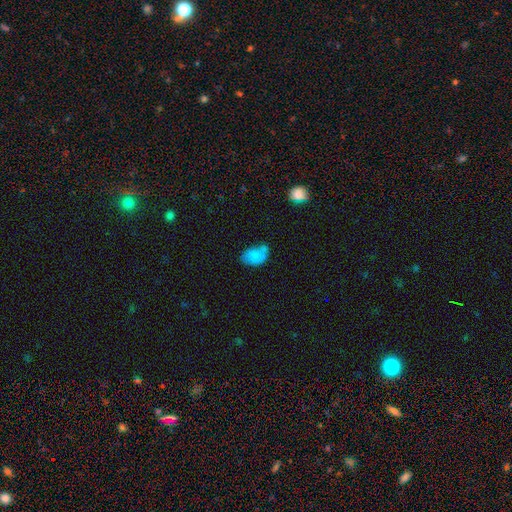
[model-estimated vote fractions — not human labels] This appears to be a smooth galaxy with no disk features (77%) that is in between round and cigar-shaped (86%). Merging: none (43%).